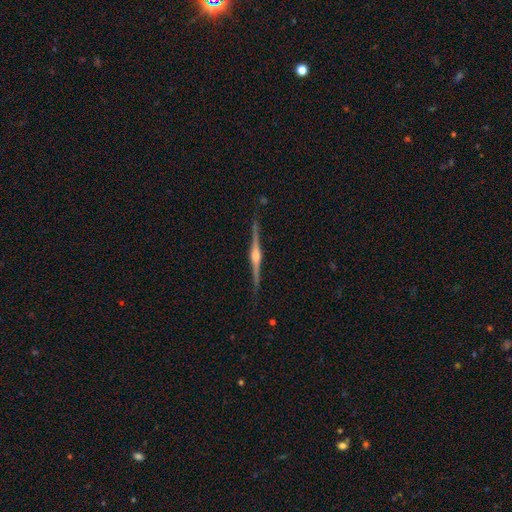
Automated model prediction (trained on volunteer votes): Smooth or featured?
  - featured or disk: 86% *
  - smooth: 8%
  - star or artifact: 5%
Edge-on disk?
  - yes: 99% *
  - no: 1%
Edge-on bulge?
  - rounded: 89% *
  - boxy: 8%
  - none: 3%
Merging?
  - none: 88% *
  - minor disturbance: 9%
  - major disturbance: 2%
  - merger: 1%